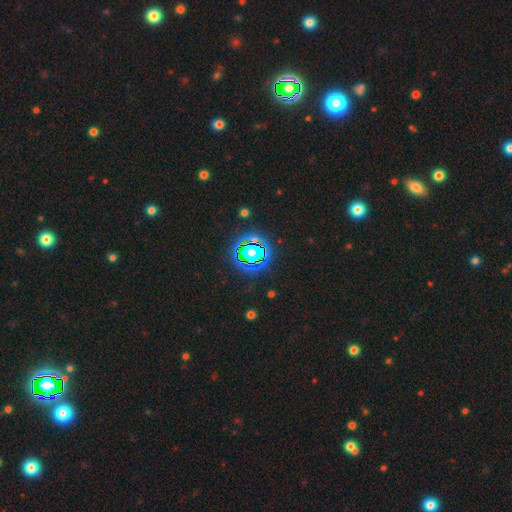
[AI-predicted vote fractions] Smooth or featured?
  - star or artifact: 65% *
  - smooth: 22%
  - featured or disk: 14%